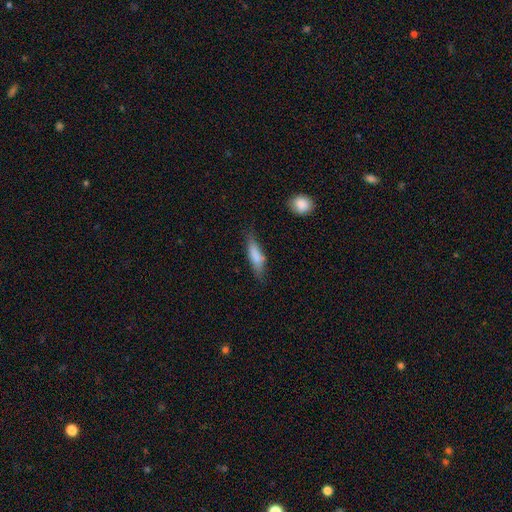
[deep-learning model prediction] Smooth or featured? Predicted: smooth (p=0.76). How rounded? Predicted: cigar-shaped (p=0.57). Merging? Predicted: none (p=0.63).